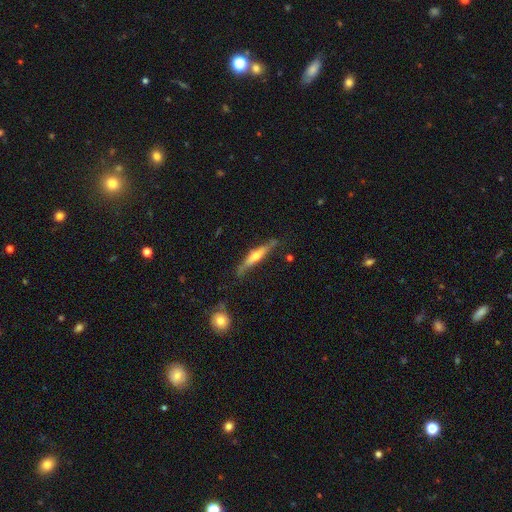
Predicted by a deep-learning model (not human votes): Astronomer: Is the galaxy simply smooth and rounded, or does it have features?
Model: featured or disk — 61%.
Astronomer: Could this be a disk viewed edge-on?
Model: yes — 93%.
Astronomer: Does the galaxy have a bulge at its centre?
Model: rounded — 79%.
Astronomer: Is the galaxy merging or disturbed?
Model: none — 71%.